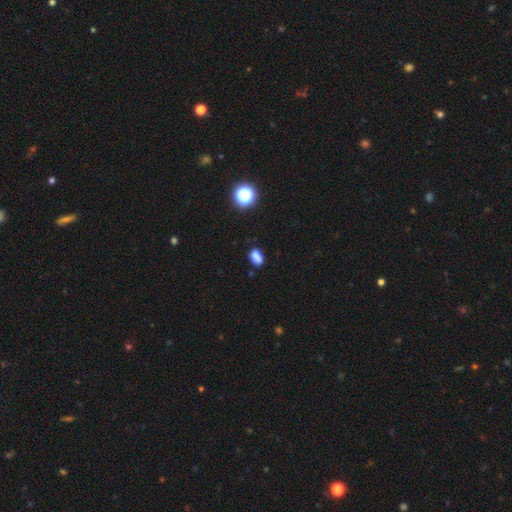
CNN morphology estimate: smooth 80%, star or artifact 14%, featured or disk 6%. Down the decision tree: how rounded — in between (83%); merging — none (71%).